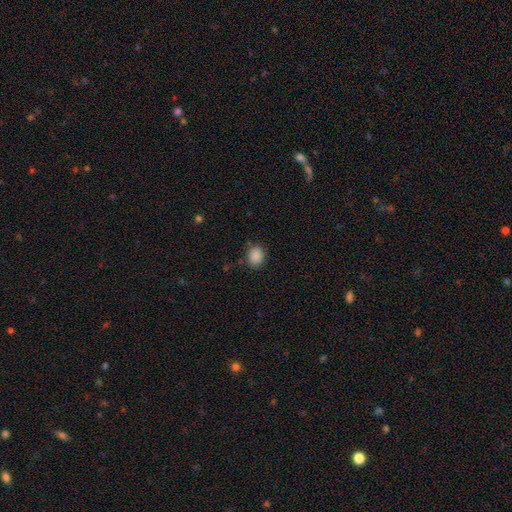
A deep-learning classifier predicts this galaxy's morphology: type=smooth (88%); roundness=round (51%); merging=none (82%).